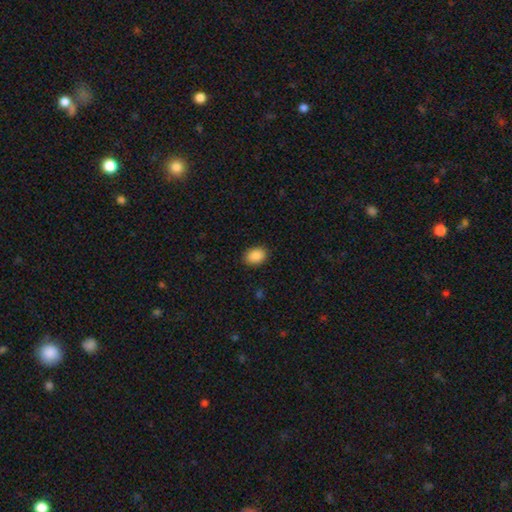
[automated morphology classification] Smooth or featured? smooth (89%)
How rounded? in between (79%)
Merging? none (89%)